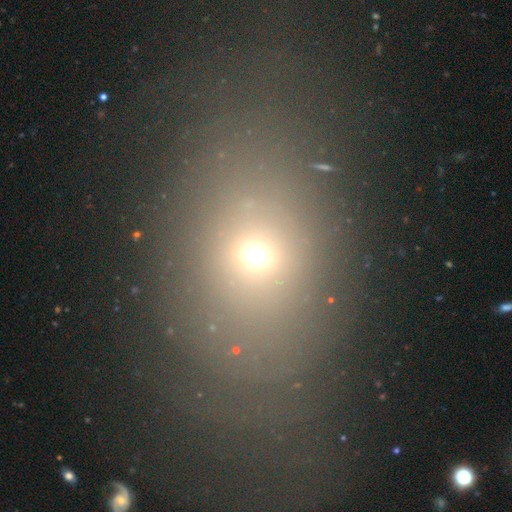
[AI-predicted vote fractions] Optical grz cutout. It shows a smooth galaxy with no disk features (58%) that is in between round and cigar-shaped (70%). Merging: none (66%).